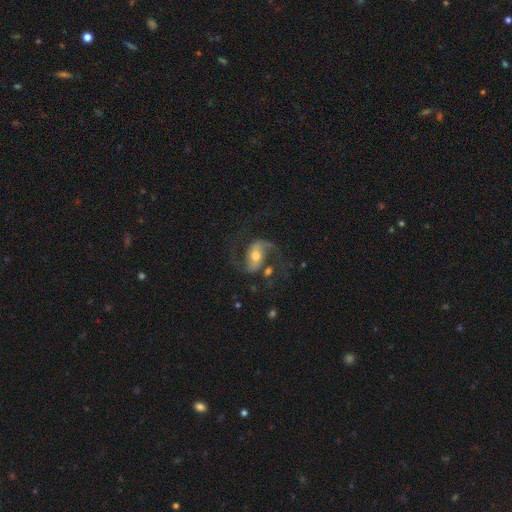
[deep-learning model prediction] smooth_or_featured: featured or disk (p=0.84) [alt: smooth p=0.10]
disk_edge_on: no (p=0.97) [alt: yes p=0.03]
bar: weak (p=0.39) [alt: strong p=0.32]
has_spiral_arms: yes (p=0.96) [alt: no p=0.04]
spiral_winding: loose (p=0.51) [alt: medium p=0.41]
spiral_arm_count: 2 (p=0.92) [alt: 1 p=0.03]
bulge_size: moderate (p=0.62) [alt: small p=0.26]
merging: none (p=0.65) [alt: major disturbance p=0.16]